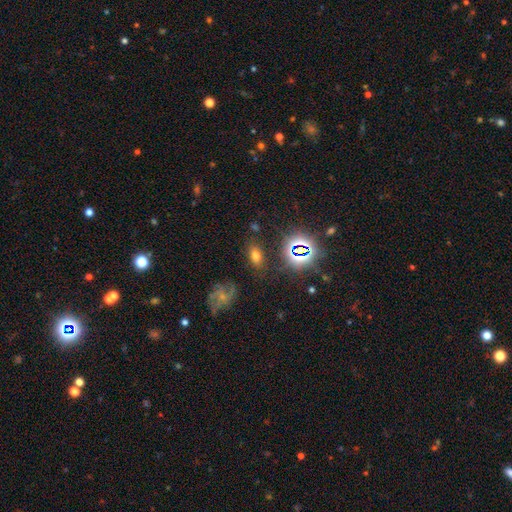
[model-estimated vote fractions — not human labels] smooth_or_featured: smooth (p=0.62) [alt: star or artifact p=0.26]
how_rounded: in between (p=0.86) [alt: round p=0.11]
merging: none (p=0.81) [alt: minor disturbance p=0.11]